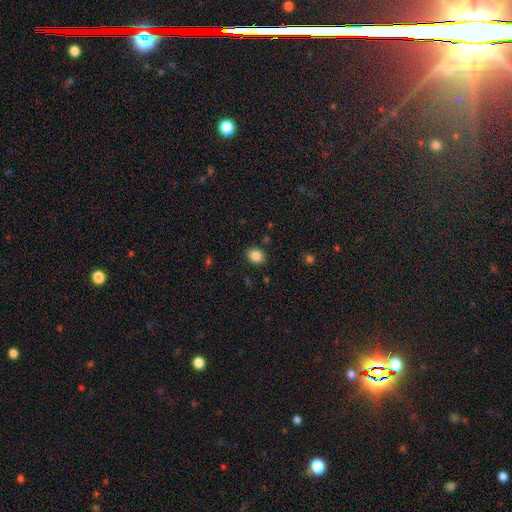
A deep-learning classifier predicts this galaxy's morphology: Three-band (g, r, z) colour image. It shows a smooth galaxy with no disk features (86%) that is in between round and cigar-shaped (53%). Merging: none (88%).